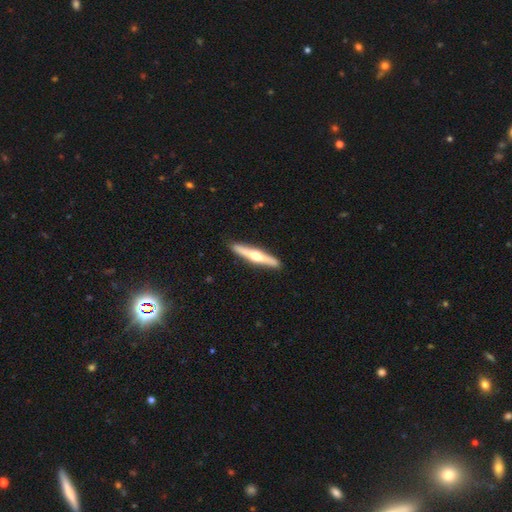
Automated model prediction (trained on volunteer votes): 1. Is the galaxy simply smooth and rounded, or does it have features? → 63% featured or disk, 33% smooth, 5% star or artifact.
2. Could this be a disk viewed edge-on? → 96% yes, 4% no.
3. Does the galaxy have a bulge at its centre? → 91% rounded, 5% none, 3% boxy.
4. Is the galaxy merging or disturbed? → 91% none, 7% minor disturbance, 1% major disturbance, 1% merger.